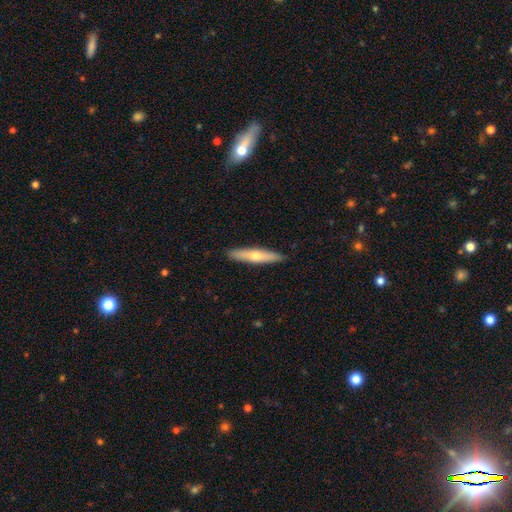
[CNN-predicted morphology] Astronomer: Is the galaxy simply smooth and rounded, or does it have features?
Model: smooth — 53% (runner-up: featured or disk, 42%).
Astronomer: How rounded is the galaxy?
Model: cigar-shaped — 88%.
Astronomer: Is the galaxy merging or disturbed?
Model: none — 91%.